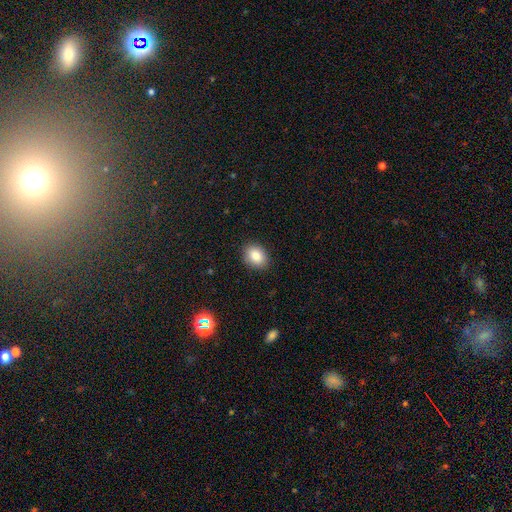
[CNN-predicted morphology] type=smooth (86%); roundness=in between (65%); merging=none (88%).